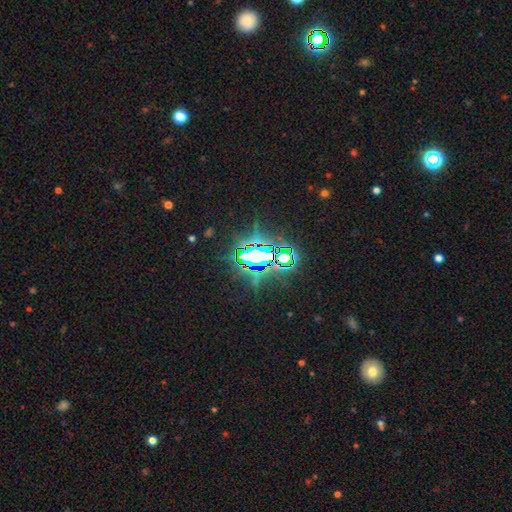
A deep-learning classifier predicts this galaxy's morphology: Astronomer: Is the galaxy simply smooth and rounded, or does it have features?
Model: star or artifact — 80%.